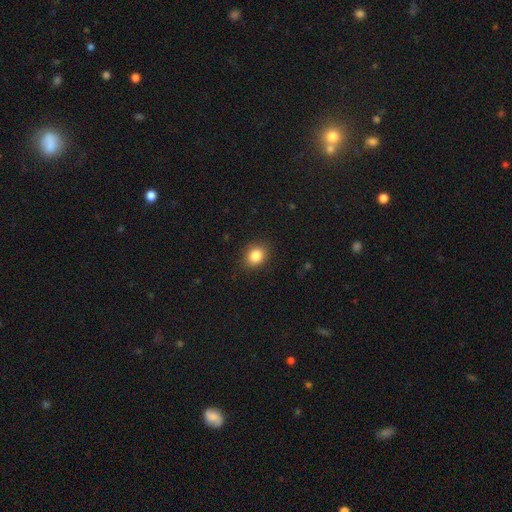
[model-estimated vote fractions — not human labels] smooth-or-featured: smooth: 85% | star or artifact: 10% | featured or disk: 5%
  how-rounded: round: 56% | in between: 43% | cigar-shaped: 1%
  merging: none: 88% | minor disturbance: 9% | major disturbance: 2% | merger: 1%